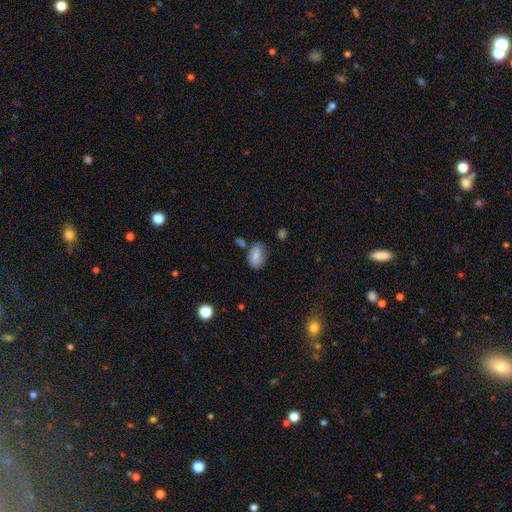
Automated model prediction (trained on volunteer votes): This is likely a smooth galaxy (69%). How rounded: clearly in between (83%). Merging: likely none (60%).